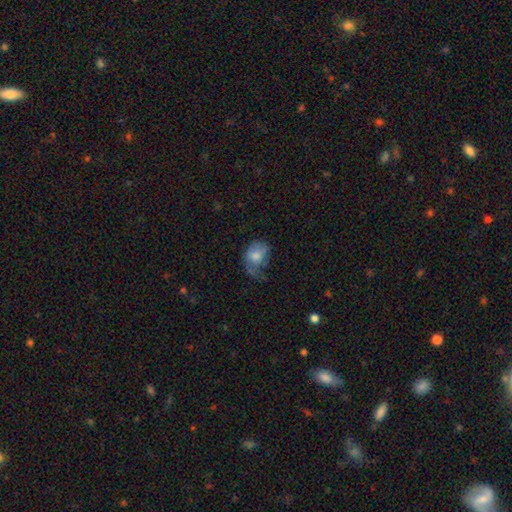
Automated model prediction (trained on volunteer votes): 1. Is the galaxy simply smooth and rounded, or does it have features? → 65% smooth, 27% featured or disk, 9% star or artifact.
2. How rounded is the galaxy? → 63% in between, 35% round, 1% cigar-shaped.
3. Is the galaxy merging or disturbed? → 42% major disturbance, 30% minor disturbance, 25% none, 3% merger.